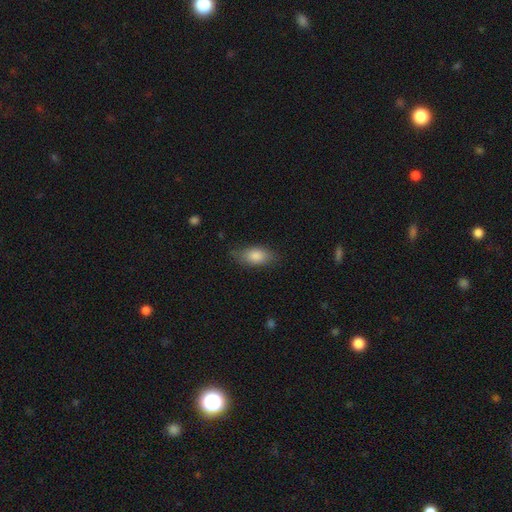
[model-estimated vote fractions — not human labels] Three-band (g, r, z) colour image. It shows a smooth galaxy with no disk features (83%) that is in between round and cigar-shaped (87%). Merging: none (75%).